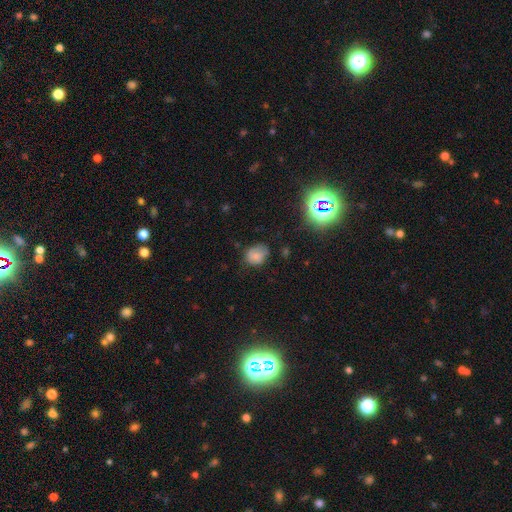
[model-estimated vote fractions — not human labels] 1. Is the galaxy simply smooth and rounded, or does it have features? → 72% smooth, 14% star or artifact, 13% featured or disk.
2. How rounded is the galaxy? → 56% in between, 43% round, 1% cigar-shaped.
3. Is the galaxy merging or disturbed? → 58% none, 31% minor disturbance, 9% major disturbance, 2% merger.